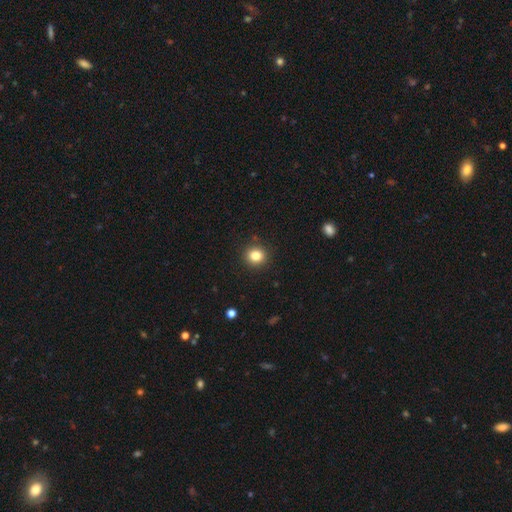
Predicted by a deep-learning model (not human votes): Smooth or featured: smooth — 83% (star or artifact — 11%)
How rounded: round — 88% (in between — 11%)
Merging: none — 90% (minor disturbance — 6%)